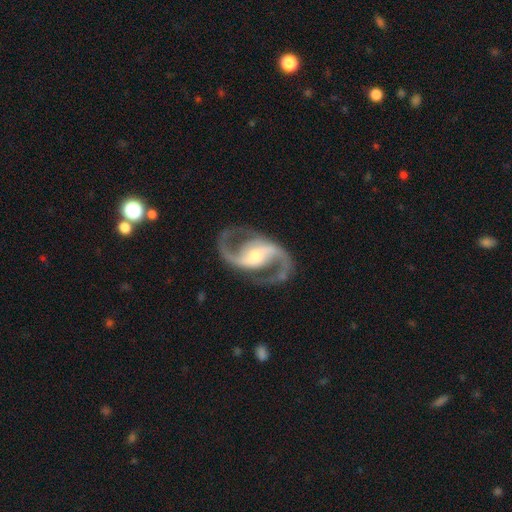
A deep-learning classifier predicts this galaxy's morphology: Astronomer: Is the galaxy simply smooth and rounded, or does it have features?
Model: featured or disk — 93%.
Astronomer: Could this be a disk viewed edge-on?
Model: no — 98%.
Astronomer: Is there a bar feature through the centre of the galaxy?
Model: strong — 37%, tied with weak at 37%.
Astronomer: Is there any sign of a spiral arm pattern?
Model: yes — 98%.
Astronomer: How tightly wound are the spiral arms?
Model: medium — 59%.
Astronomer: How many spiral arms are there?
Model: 2 — 95%.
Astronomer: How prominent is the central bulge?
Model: moderate — 54% (runner-up: small, 38%).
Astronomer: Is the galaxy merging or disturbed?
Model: none — 84%.